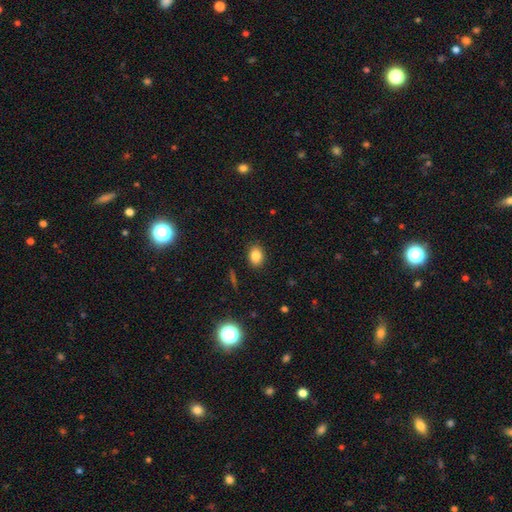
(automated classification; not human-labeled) A smooth galaxy with no disk features (84%) that is in between round and cigar-shaped (63%).

Vote fractions:
- Smooth or featured? smooth: 84% / star or artifact: 10% / featured or disk: 6%
- How rounded? in between: 63% / round: 36% / cigar-shaped: 1%
- Merging? none: 88% / minor disturbance: 8% / major disturbance: 2% / merger: 1%